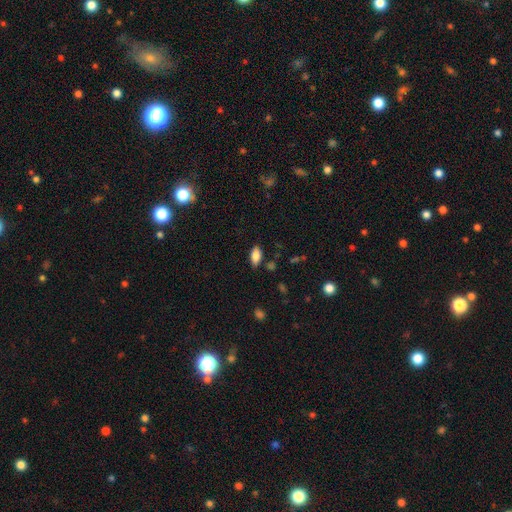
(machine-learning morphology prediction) A smooth galaxy with no disk features (85%) that is in between round and cigar-shaped (89%).

Vote fractions:
- Smooth or featured? smooth: 85% / featured or disk: 8% / star or artifact: 8%
- How rounded? in between: 89% / cigar-shaped: 8% / round: 3%
- Merging? none: 81% / minor disturbance: 14% / major disturbance: 3% / merger: 2%